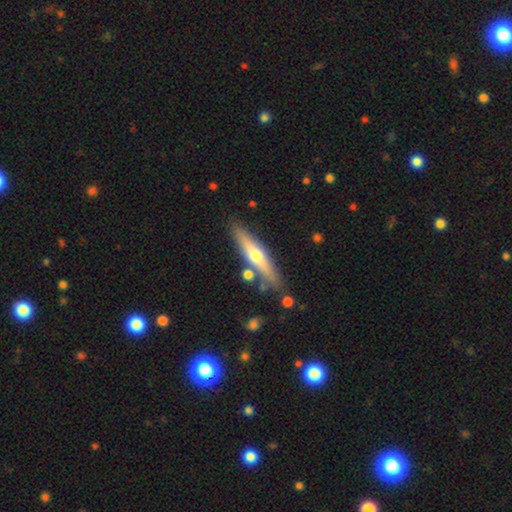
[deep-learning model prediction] Smooth or featured: featured or disk — 52% (smooth — 42%)
Edge-on disk: yes — 90% (no — 10%)
Merging: none — 80% (minor disturbance — 11%)